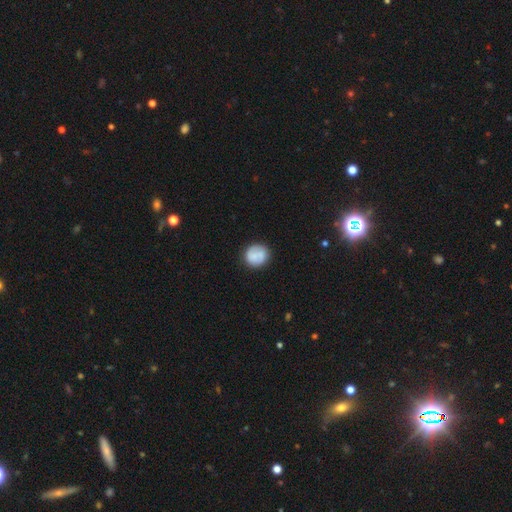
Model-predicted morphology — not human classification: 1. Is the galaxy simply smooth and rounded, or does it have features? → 74% smooth, 19% featured or disk, 7% star or artifact.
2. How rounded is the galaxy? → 88% round, 11% in between, 1% cigar-shaped.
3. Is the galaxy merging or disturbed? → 82% none, 13% minor disturbance, 4% major disturbance, 2% merger.